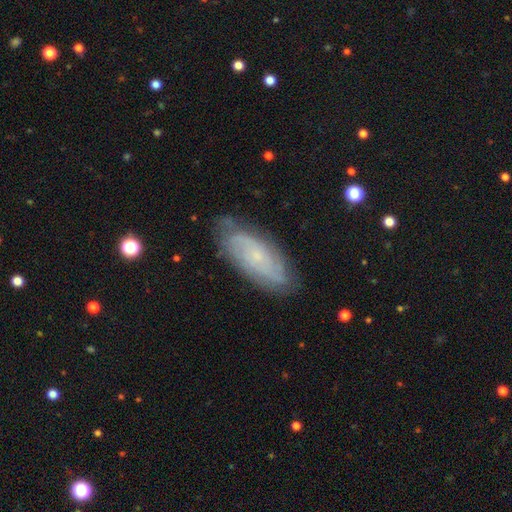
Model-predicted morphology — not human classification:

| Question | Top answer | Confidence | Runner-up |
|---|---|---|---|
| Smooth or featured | featured or disk | 67% | smooth (25%) |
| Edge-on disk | no | 90% | yes (10%) |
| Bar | no | 75% | weak (21%) |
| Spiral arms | yes | 89% | no (11%) |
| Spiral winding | tight | 59% | medium (30%) |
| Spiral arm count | can't tell | 51% | 2 (26%) |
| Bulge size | small | 81% | moderate (11%) |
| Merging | none | 77% | minor disturbance (17%) |